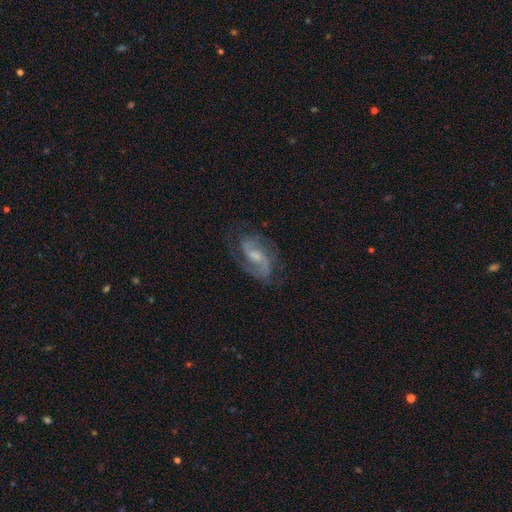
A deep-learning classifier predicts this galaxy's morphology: smooth_or_featured: featured or disk (p=0.87) [alt: smooth p=0.07]
disk_edge_on: no (p=0.97) [alt: yes p=0.03]
bar: weak (p=0.52) [alt: no p=0.32]
has_spiral_arms: yes (p=0.97) [alt: no p=0.03]
spiral_winding: medium (p=0.56) [alt: loose p=0.24]
spiral_arm_count: 2 (p=0.88) [alt: can't tell p=0.04]
bulge_size: small (p=0.46) [alt: moderate p=0.36]
merging: none (p=0.72) [alt: minor disturbance p=0.17]